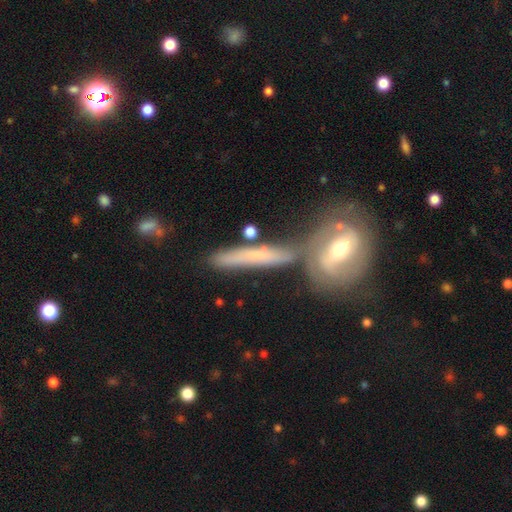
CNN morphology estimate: Smooth or featured? Predicted: featured or disk (p=0.51). Edge-on disk? Predicted: yes (p=0.65). Merging? Predicted: none (p=0.57).